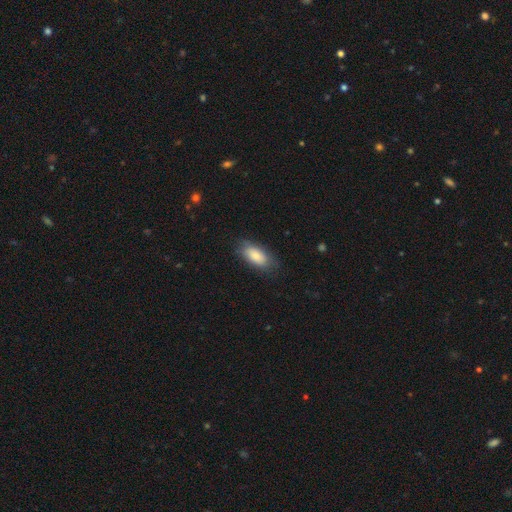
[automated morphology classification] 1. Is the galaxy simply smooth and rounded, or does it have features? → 83% smooth, 11% featured or disk, 6% star or artifact.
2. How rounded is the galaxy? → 88% in between, 9% cigar-shaped, 3% round.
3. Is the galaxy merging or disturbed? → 76% none, 18% minor disturbance, 5% major disturbance, 1% merger.